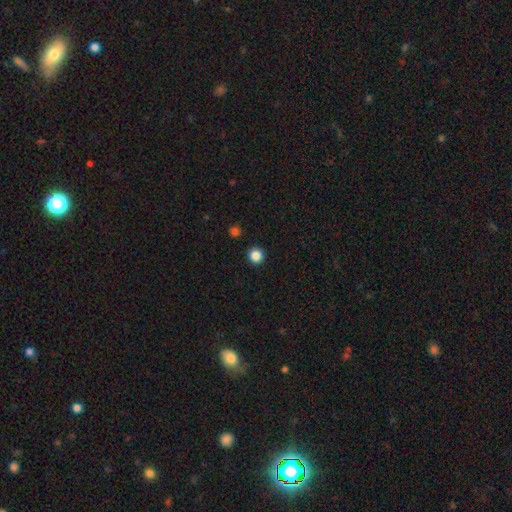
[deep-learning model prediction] Smooth or featured? Predicted: smooth (p=0.86). How rounded? Predicted: round (p=0.96). Merging? Predicted: none (p=0.93).